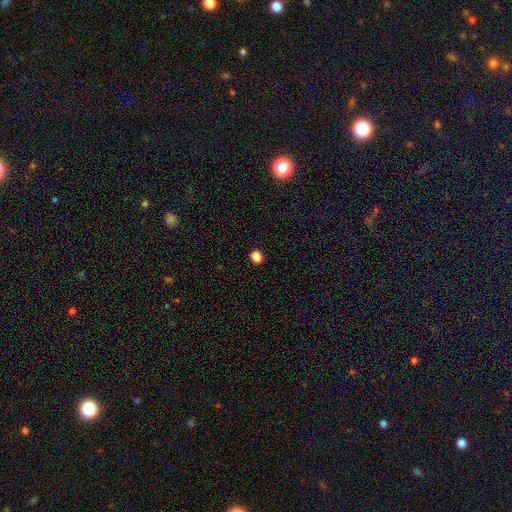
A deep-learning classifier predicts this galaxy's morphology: Smooth or featured? Predicted: smooth (p=0.81). How rounded? Predicted: round (p=0.65). Merging? Predicted: none (p=0.90).